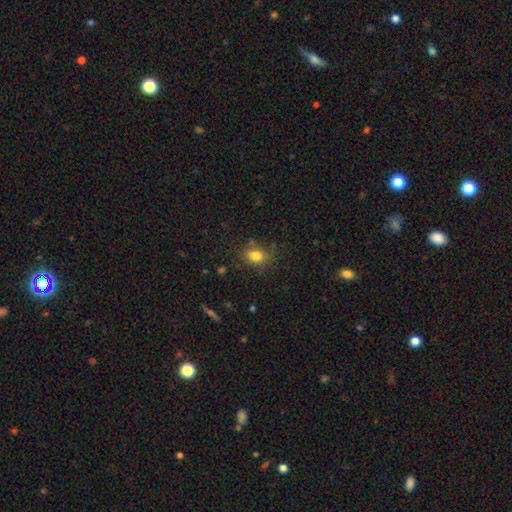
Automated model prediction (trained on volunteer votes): This appears to be a smooth galaxy with no disk features (81%) that is in between round and cigar-shaped (63%). Merging: none (74%).